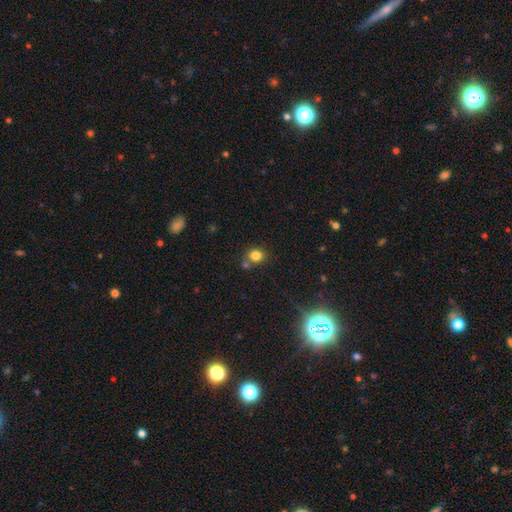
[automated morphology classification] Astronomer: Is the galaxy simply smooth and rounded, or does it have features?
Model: smooth — 80%.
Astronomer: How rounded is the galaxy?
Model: round — 73%.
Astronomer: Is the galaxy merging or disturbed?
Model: none — 64%.